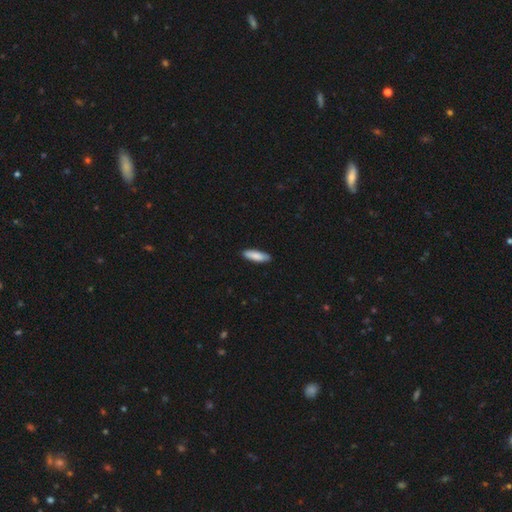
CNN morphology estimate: Smooth or featured? smooth (85%)
How rounded? cigar-shaped (58%)
Merging? none (88%)